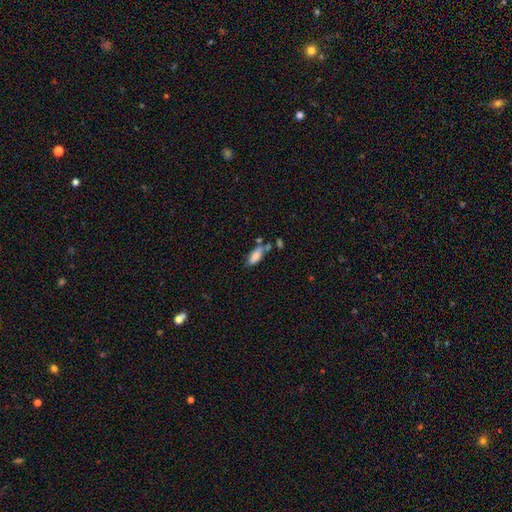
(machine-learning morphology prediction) type=smooth (82%); roundness=in between (70%); merging=none (51%).